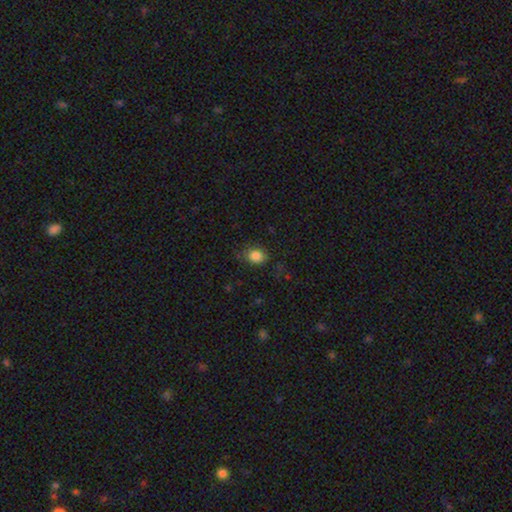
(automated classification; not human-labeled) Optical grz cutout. It shows a smooth galaxy with no disk features (84%) that is round (56%). Merging: none (78%).